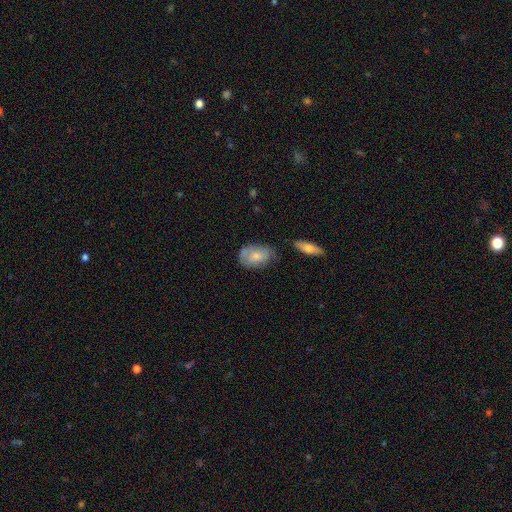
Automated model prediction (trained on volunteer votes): Smooth or featured? smooth (68%)
How rounded? in between (84%)
Merging? none (56%)